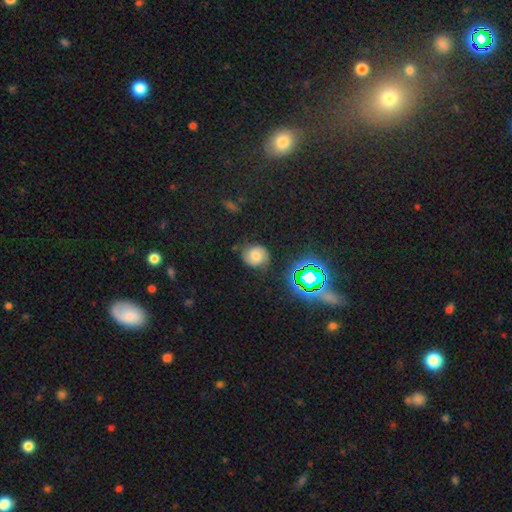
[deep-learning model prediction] Morphology: type=featured or disk (46%); merging=none (72%).